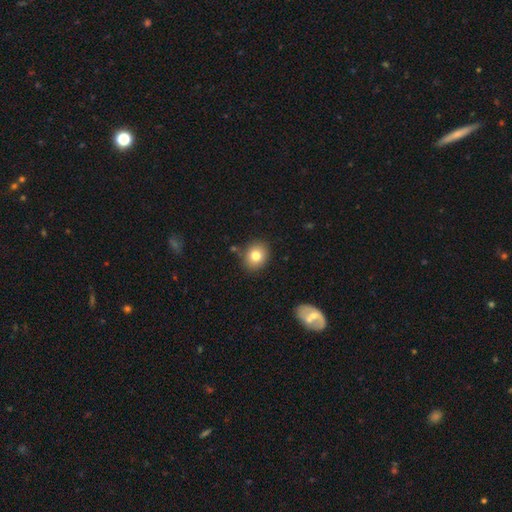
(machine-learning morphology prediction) The model was most divided on "how rounded": round: 69%, in between: 30%, cigar-shaped: 1%. More confident: merging — none (84%); smooth or featured — smooth (80%).